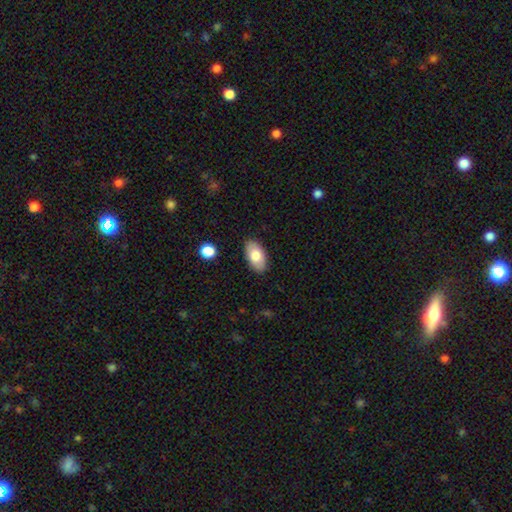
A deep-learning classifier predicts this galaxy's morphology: Smooth or featured? smooth (77%)
How rounded? in between (94%)
Merging? none (87%)